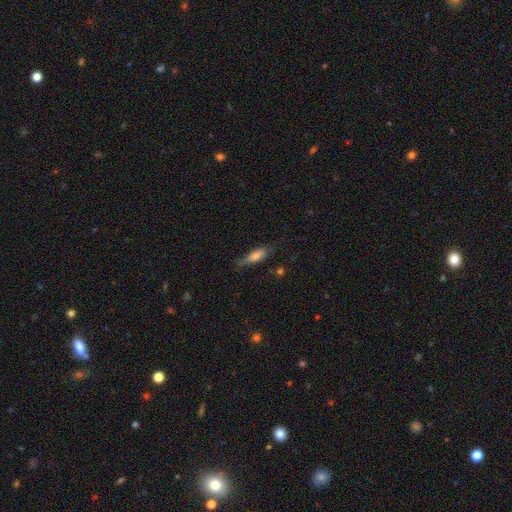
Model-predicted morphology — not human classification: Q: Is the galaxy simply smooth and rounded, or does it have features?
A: smooth — 66%.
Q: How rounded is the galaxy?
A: cigar-shaped — 57%.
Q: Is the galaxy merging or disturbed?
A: none — 61%.